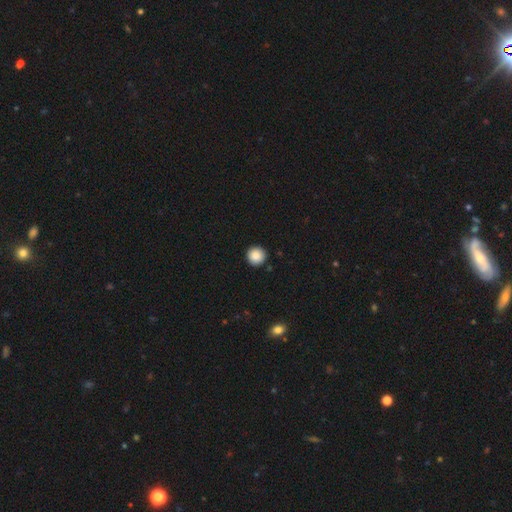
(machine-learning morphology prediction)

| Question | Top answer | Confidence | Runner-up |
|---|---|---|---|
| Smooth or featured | smooth | 87% | star or artifact (9%) |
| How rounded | round | 96% | in between (3%) |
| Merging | none | 92% | minor disturbance (5%) |